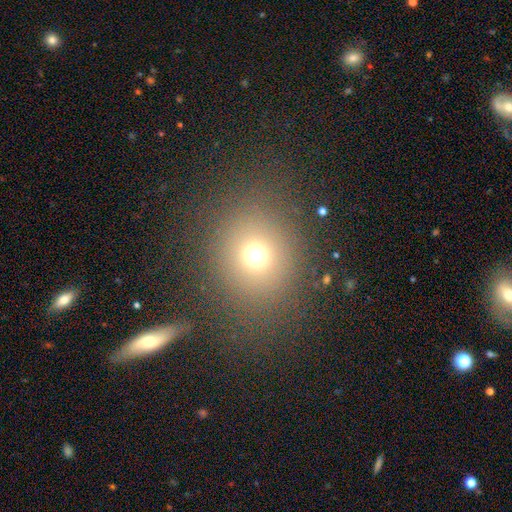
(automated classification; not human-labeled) A smooth galaxy with no disk features (68%) that is round (87%). Merging: none (83%).